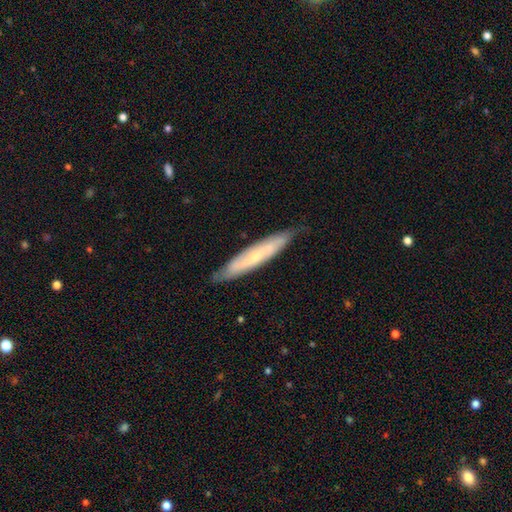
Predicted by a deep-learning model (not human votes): Smooth or featured? featured or disk (55%)
Edge-on disk? yes (63%)
Merging? none (81%)